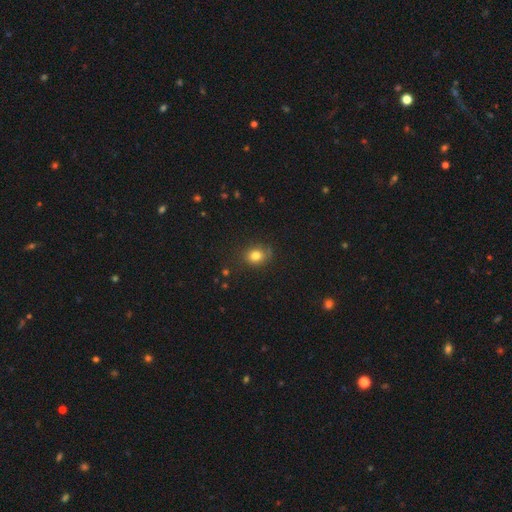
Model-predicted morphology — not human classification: smooth 80%, star or artifact 11%, featured or disk 9%. Down the decision tree: how rounded — round (58%); merging — none (74%).